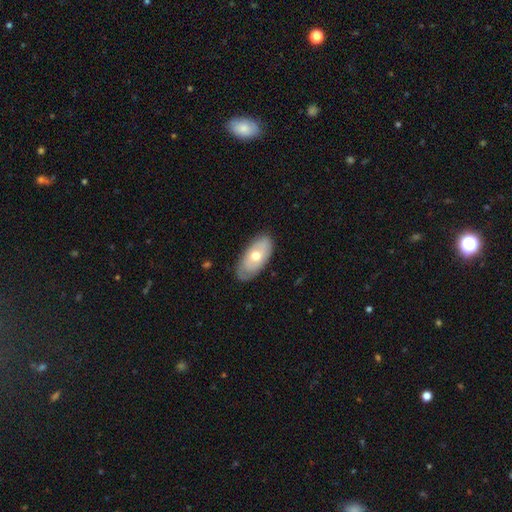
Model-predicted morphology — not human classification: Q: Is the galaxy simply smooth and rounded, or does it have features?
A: smooth — 54%.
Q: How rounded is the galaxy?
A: in between — 91%.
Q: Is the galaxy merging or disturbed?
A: none — 78%.